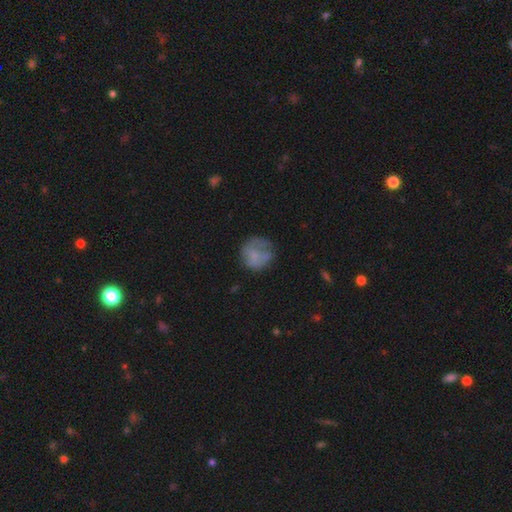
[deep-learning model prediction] This appears to be a smooth galaxy with no disk features (66%) that is round (85%). Merging: none (55%).